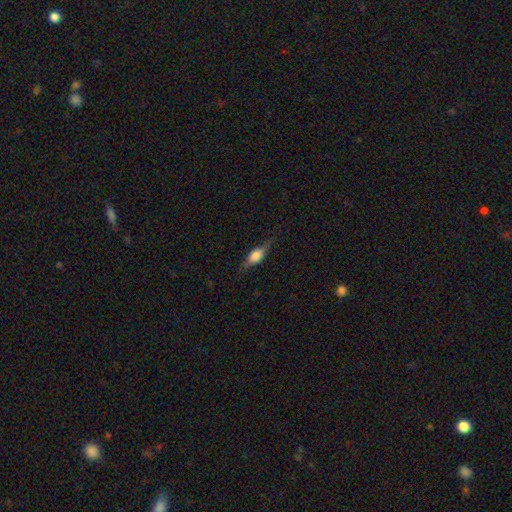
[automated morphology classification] Smooth or featured?
  - featured or disk: 47% *
  - smooth: 45%
  - star or artifact: 8%
Merging?
  - none: 74% *
  - minor disturbance: 19%
  - major disturbance: 6%
  - merger: 1%